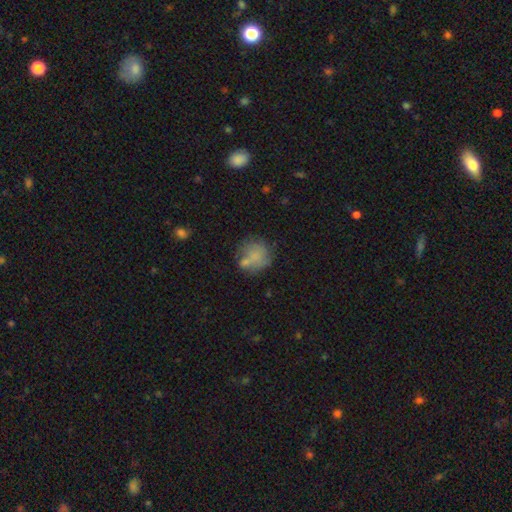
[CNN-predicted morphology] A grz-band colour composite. It shows a smooth galaxy with no disk features (69%) that is round (81%). Merging: none (52%).